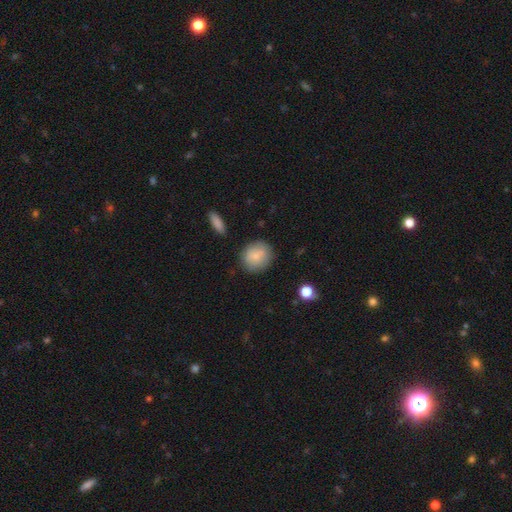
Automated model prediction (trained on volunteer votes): Morphology: type=smooth (81%); roundness=round (82%); merging=none (80%).